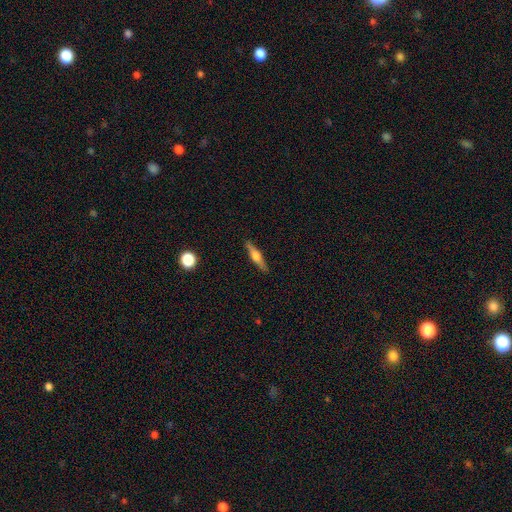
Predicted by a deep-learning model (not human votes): A featured or disk galaxy (61%) viewed edge-on (96%) with a rounded central bulge (90%). Merging: none (90%).